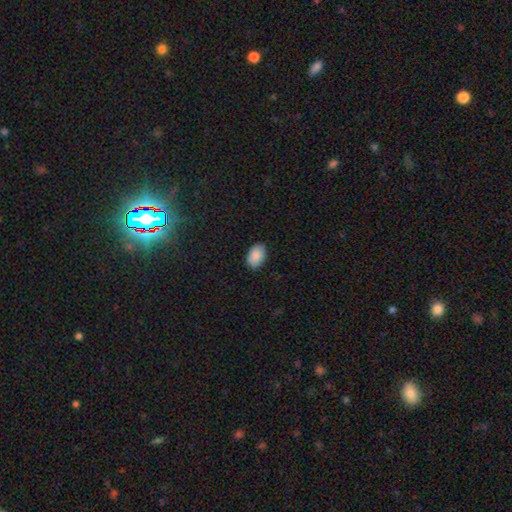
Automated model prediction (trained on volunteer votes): Smooth or featured? Predicted: smooth (p=0.89). How rounded? Predicted: in between (p=0.88). Merging? Predicted: none (p=0.88).